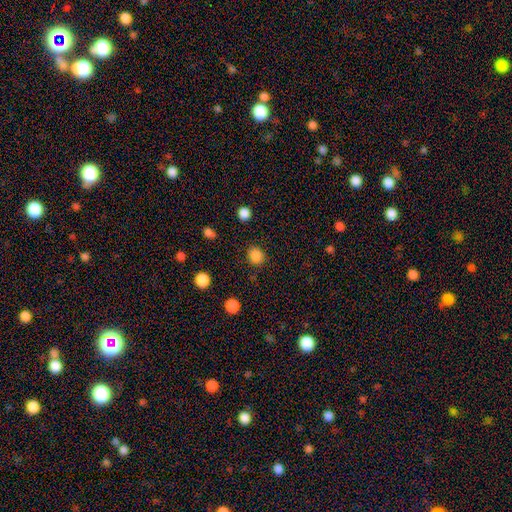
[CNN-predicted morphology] A smooth galaxy with no disk features (85%) that is round (73%). Merging: none (85%).